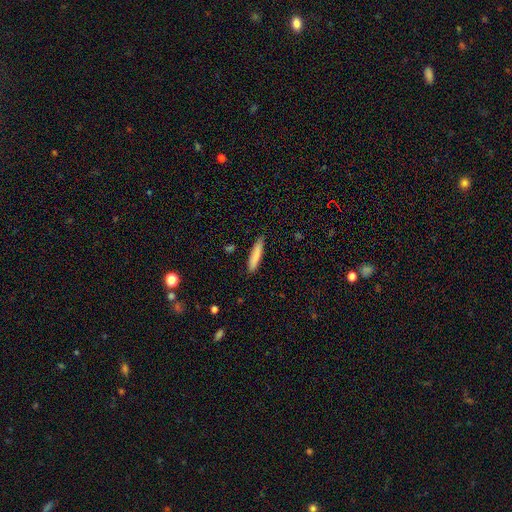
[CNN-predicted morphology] Smooth or featured? smooth (82%)
How rounded? cigar-shaped (88%)
Merging? none (86%)